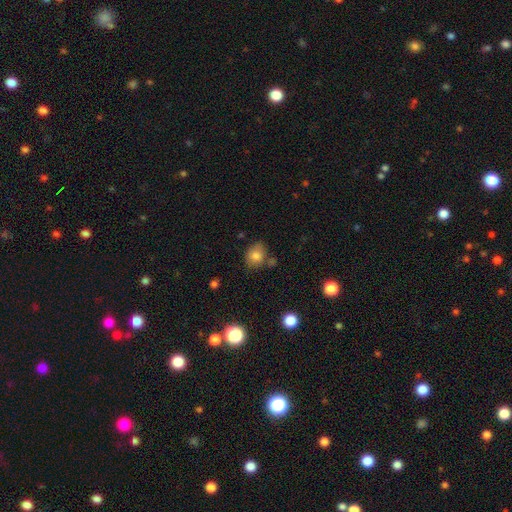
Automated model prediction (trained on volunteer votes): This is likely a smooth galaxy (78%). How rounded: possibly round (52%). Merging: likely none (63%).